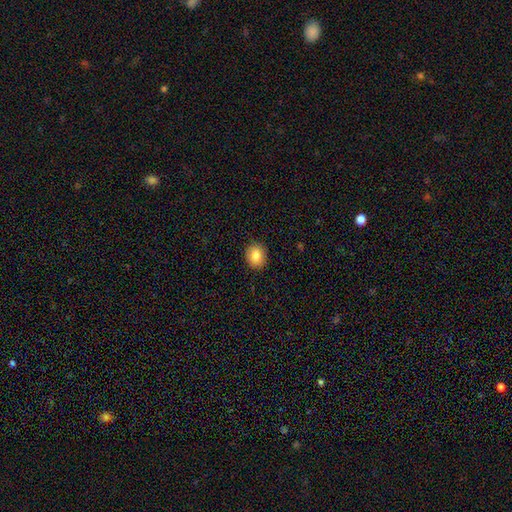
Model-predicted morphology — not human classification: Overall: smooth (84%). How rounded: round (65%; in between 34%). Merging: none (90%).